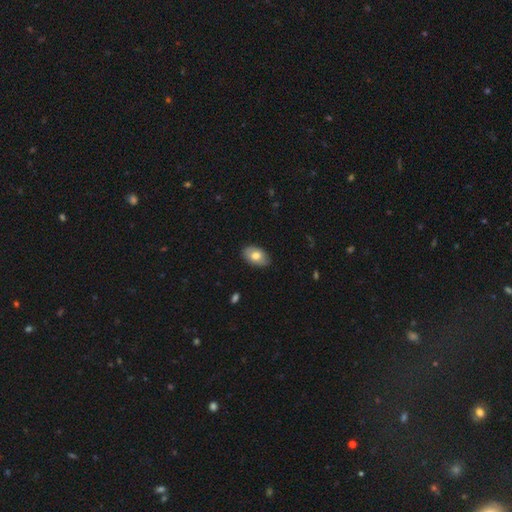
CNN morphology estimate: type=smooth (73%); roundness=in between (90%); merging=none (84%).